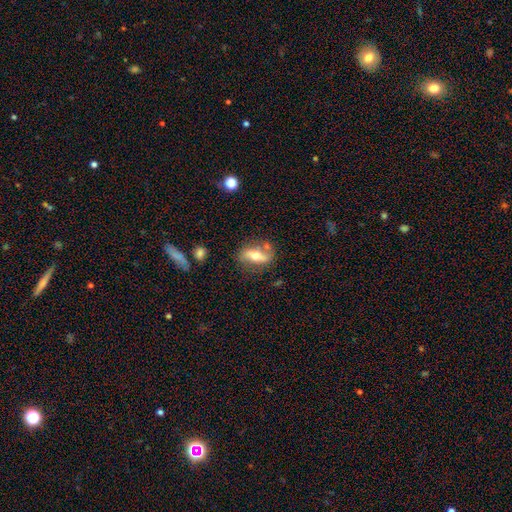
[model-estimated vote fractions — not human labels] This is possibly a featured or disk galaxy (51%). It is likely not viewed edge-on (72%). Merging: likely none (69%).